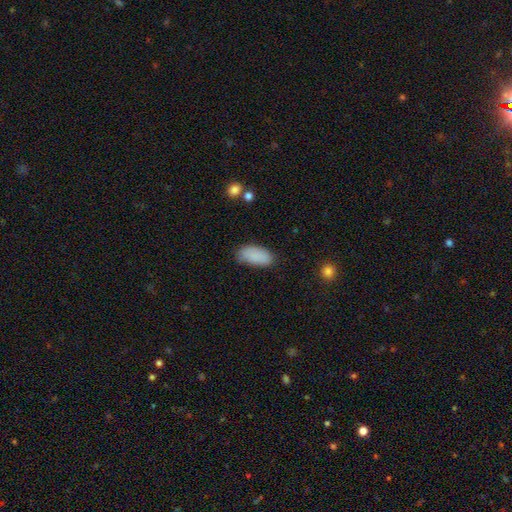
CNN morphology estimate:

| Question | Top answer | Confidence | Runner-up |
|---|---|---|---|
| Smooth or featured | smooth | 88% | star or artifact (7%) |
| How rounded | in between | 92% | cigar-shaped (6%) |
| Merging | none | 74% | minor disturbance (20%) |